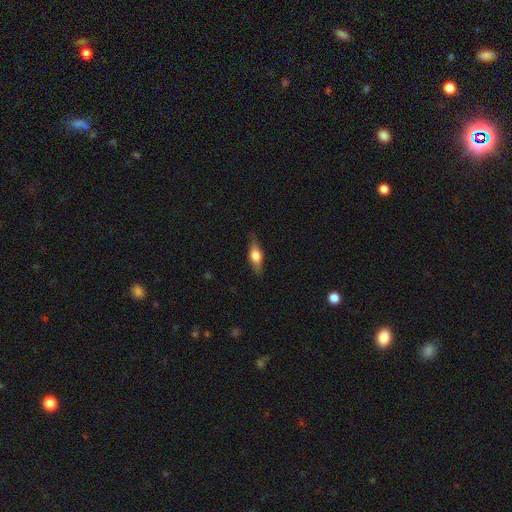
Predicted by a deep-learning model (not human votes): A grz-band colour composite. It shows a smooth galaxy with no disk features (50%). Merging: none (80%).